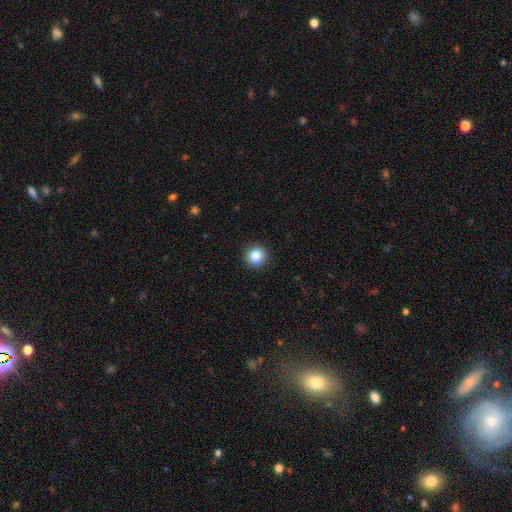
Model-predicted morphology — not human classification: Smooth or featured?
  - smooth: 86% *
  - star or artifact: 10%
  - featured or disk: 4%
How rounded?
  - round: 91% *
  - in between: 8%
  - cigar-shaped: 1%
Merging?
  - none: 92% *
  - minor disturbance: 6%
  - major disturbance: 2%
  - merger: 1%